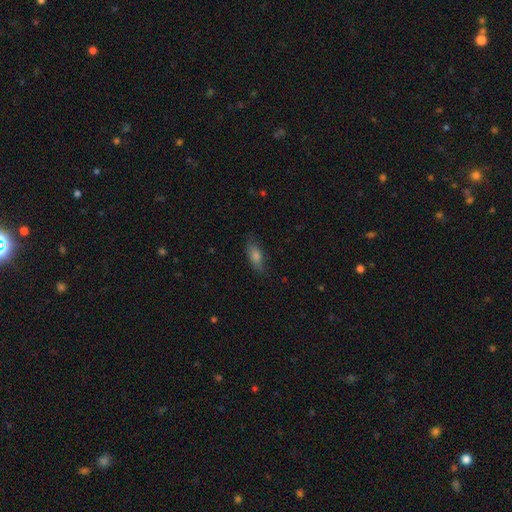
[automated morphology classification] smooth 65%, featured or disk 23%, star or artifact 12%. Down the decision tree: how rounded — in between (62%); merging — none (79%).